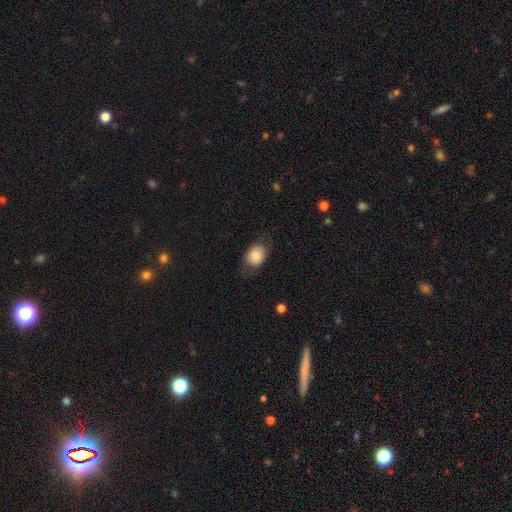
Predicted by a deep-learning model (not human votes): This is likely a smooth galaxy (79%). How rounded: likely in between (64%). Merging: likely none (70%).